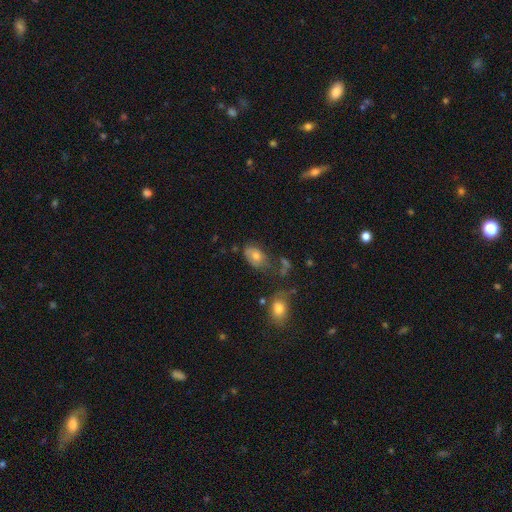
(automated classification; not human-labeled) smooth-or-featured: smooth: 65% | featured or disk: 25% | star or artifact: 10%
  how-rounded: in between: 86% | round: 12% | cigar-shaped: 2%
  merging: none: 46% | minor disturbance: 28% | major disturbance: 16% | merger: 10%